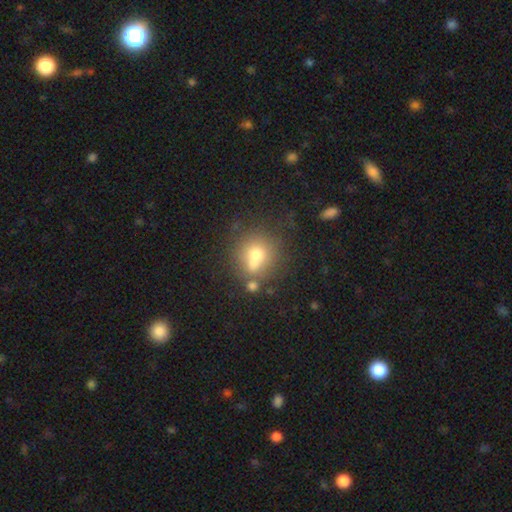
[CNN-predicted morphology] smooth_or_featured: smooth (p=0.65) [alt: featured or disk p=0.20]
how_rounded: round (p=0.78) [alt: in between p=0.20]
merging: none (p=0.54) [alt: merger p=0.25]